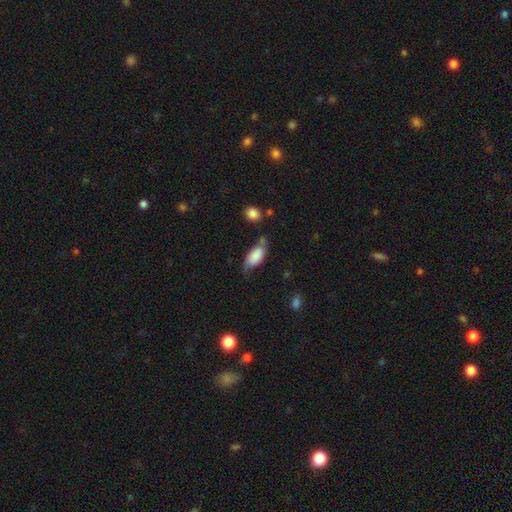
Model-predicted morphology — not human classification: Overall: smooth (70%). How rounded: in between (88%). Merging: none (48%; minor disturbance 33%).